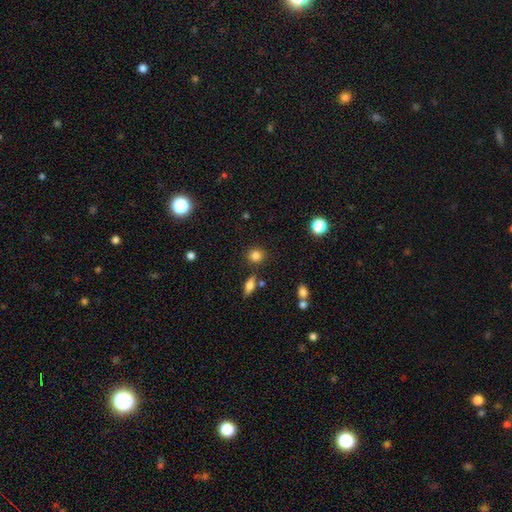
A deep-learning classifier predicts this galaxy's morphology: A smooth galaxy with no disk features (83%) that is round (79%).

Vote fractions:
- Smooth or featured? smooth: 83% / star or artifact: 11% / featured or disk: 6%
- How rounded? round: 79% / in between: 19% / cigar-shaped: 2%
- Merging? none: 83% / minor disturbance: 9% / merger: 5% / major disturbance: 3%